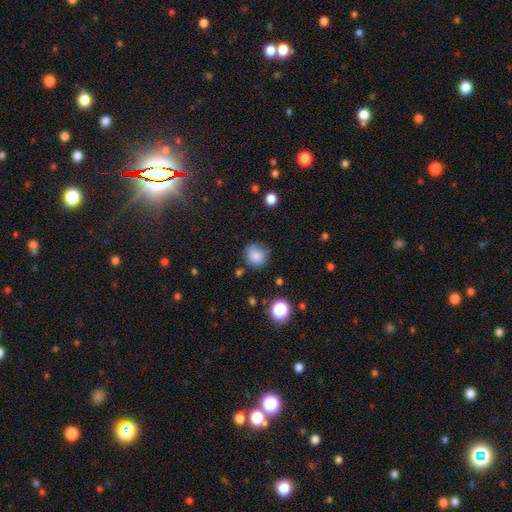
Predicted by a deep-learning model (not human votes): Overall: smooth (82%). How rounded: round (88%). Merging: none (75%).